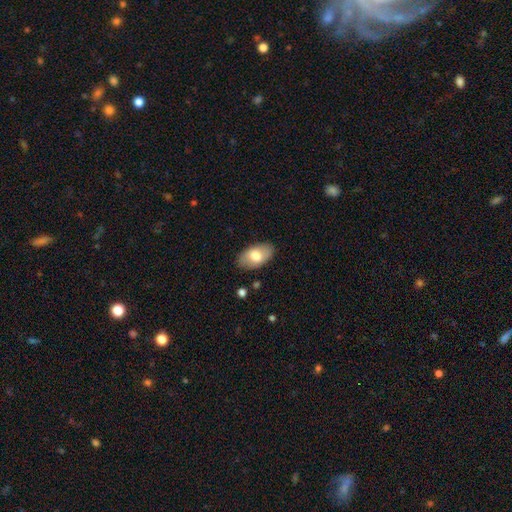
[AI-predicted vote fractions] smooth 73%, featured or disk 21%, star or artifact 6%. Down the decision tree: how rounded — in between (95%); merging — none (85%).